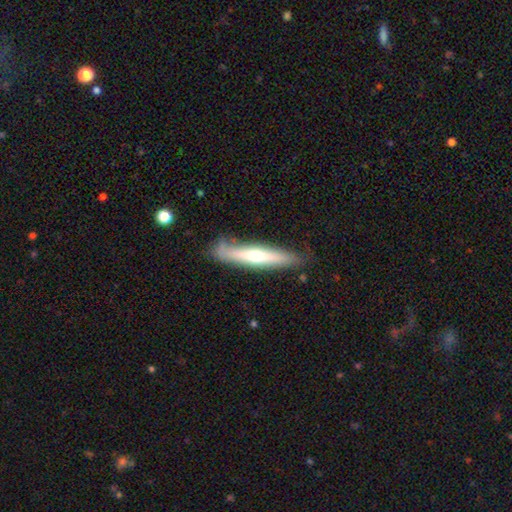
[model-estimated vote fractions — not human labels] A featured or disk galaxy (51%) viewed edge-on (88%). Merging: none (76%).